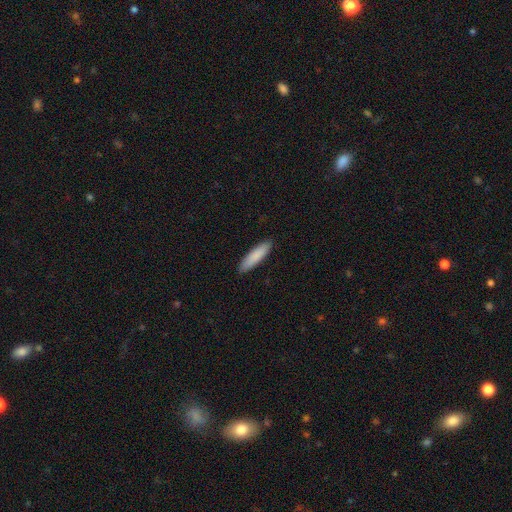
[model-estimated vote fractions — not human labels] This is clearly a smooth galaxy (87%). How rounded: likely cigar-shaped (76%). Merging: clearly none (90%).